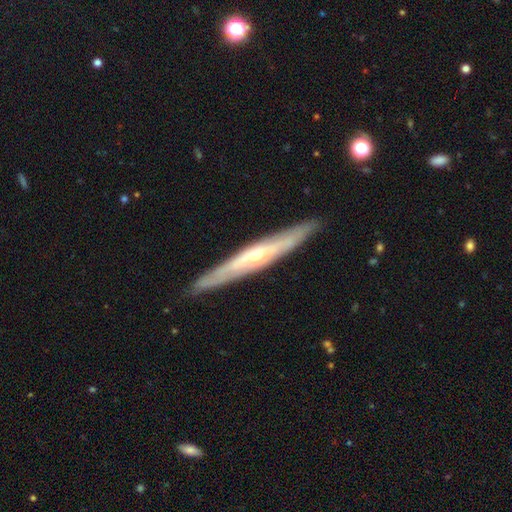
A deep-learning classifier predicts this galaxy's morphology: The model was most divided on "edge-on bulge": rounded: 69%, none: 28%, boxy: 4%. More confident: merging — none (89%); edge-on disk — yes (86%); smooth or featured — featured or disk (75%).